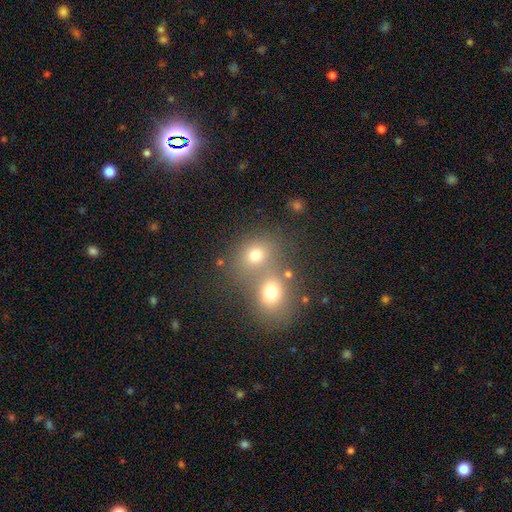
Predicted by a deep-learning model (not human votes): Smooth or featured? Predicted: smooth (p=0.72). How rounded? Predicted: round (p=0.64). Merging? Predicted: merger (p=0.48).